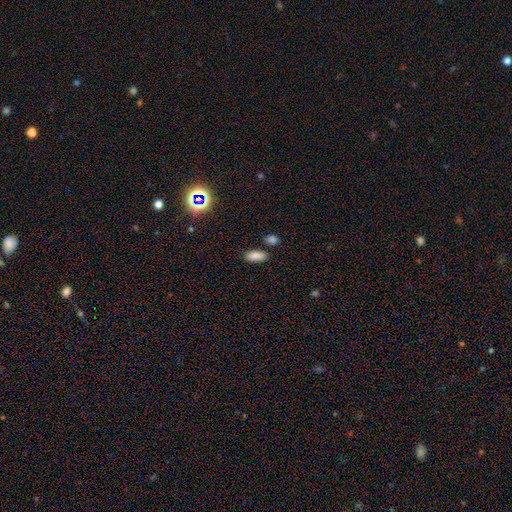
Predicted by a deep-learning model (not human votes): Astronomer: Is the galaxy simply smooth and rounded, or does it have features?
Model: smooth — 85%.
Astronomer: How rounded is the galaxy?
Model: in between — 81%.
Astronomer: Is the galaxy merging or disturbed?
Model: none — 81%.